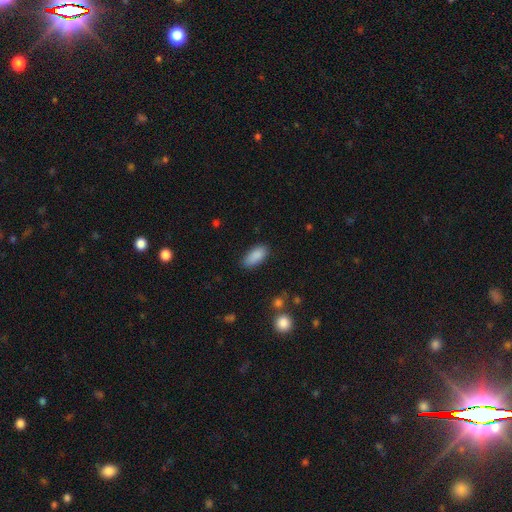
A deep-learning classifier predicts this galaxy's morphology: Smooth or featured?
  - smooth: 89% *
  - star or artifact: 7%
  - featured or disk: 4%
How rounded?
  - in between: 88% *
  - cigar-shaped: 9%
  - round: 2%
Merging?
  - none: 82% *
  - minor disturbance: 14%
  - major disturbance: 3%
  - merger: 1%